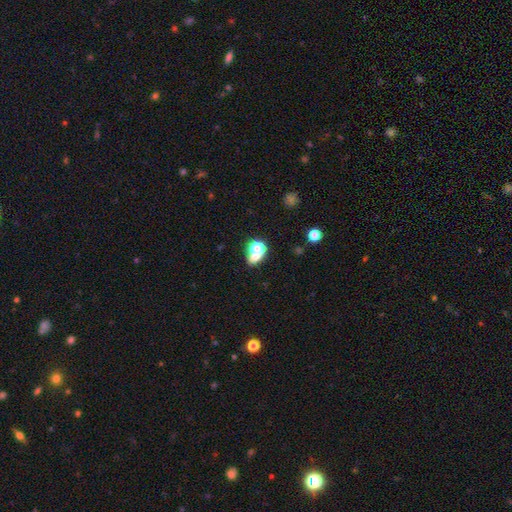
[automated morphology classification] Smooth or featured? smooth (63%)
How rounded? round (52%)
Merging? merger (47%)